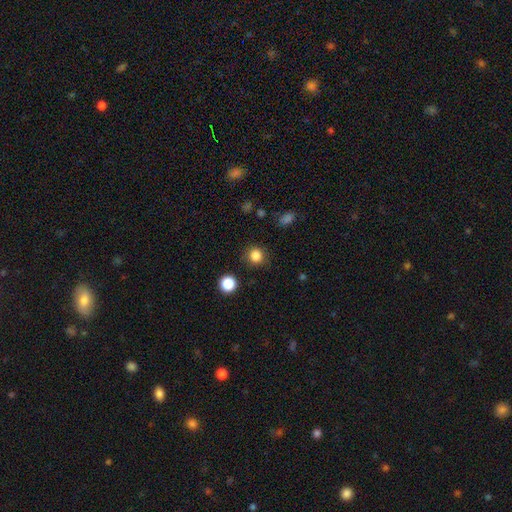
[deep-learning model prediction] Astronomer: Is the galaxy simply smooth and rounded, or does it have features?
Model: smooth — 84%.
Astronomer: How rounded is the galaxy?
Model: round — 90%.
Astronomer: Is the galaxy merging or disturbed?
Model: none — 88%.